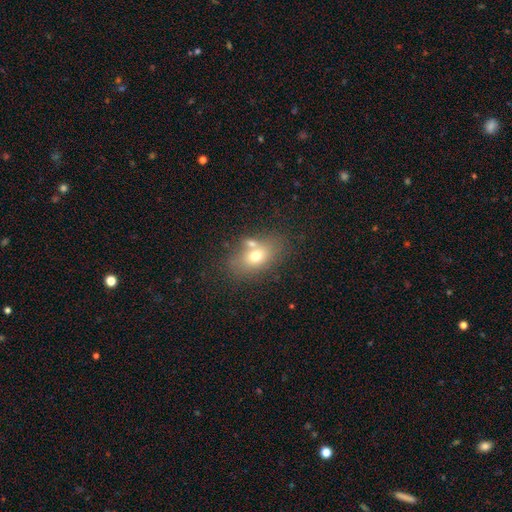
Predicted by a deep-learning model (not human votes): Smooth or featured: smooth — 67% (featured or disk — 22%)
How rounded: in between — 79% (round — 19%)
Merging: none — 55% (merger — 25%)